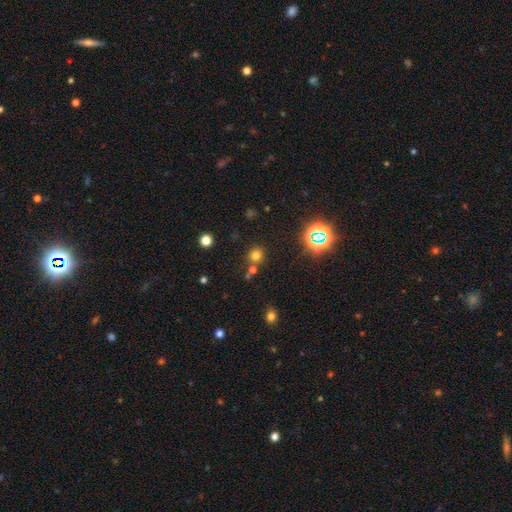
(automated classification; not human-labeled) Smooth or featured: smooth — 69% (star or artifact — 24%)
How rounded: round — 89% (in between — 10%)
Merging: none — 73% (merger — 16%)